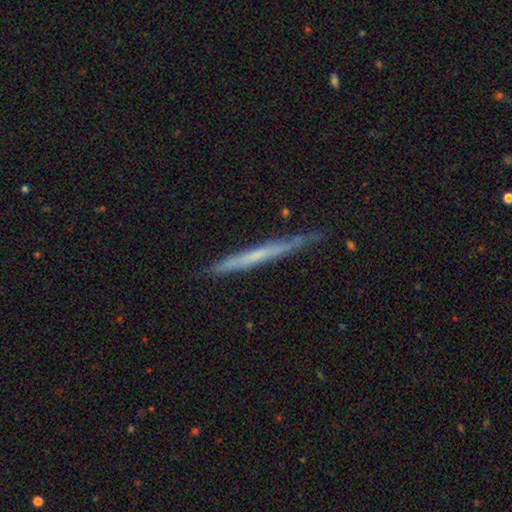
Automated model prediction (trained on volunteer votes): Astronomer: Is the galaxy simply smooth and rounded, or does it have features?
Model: featured or disk — 52% (runner-up: smooth, 42%).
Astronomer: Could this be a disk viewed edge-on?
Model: yes — 96%.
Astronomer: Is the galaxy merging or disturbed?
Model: none — 81%.